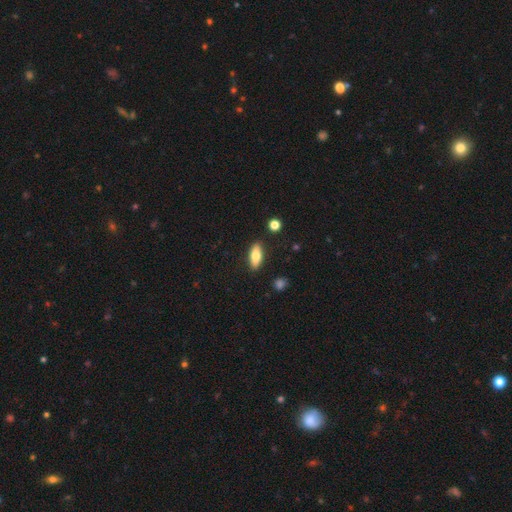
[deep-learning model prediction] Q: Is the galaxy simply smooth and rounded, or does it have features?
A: smooth — 75%.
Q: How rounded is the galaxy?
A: in between — 73%.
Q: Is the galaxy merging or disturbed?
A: none — 87%.